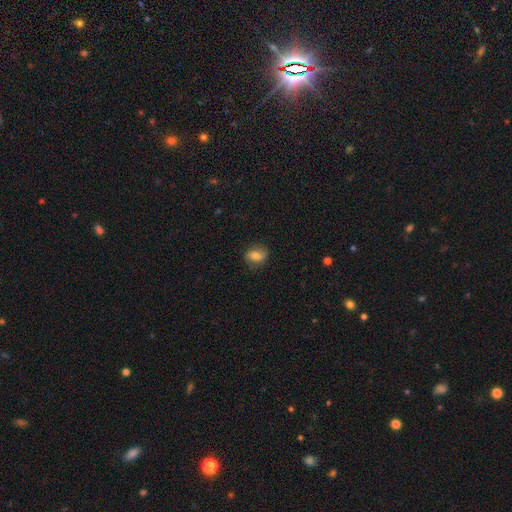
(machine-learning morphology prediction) smooth_or_featured: smooth (p=0.61) [alt: featured or disk p=0.29]
how_rounded: in between (p=0.63) [alt: round p=0.35]
merging: none (p=0.79) [alt: minor disturbance p=0.15]